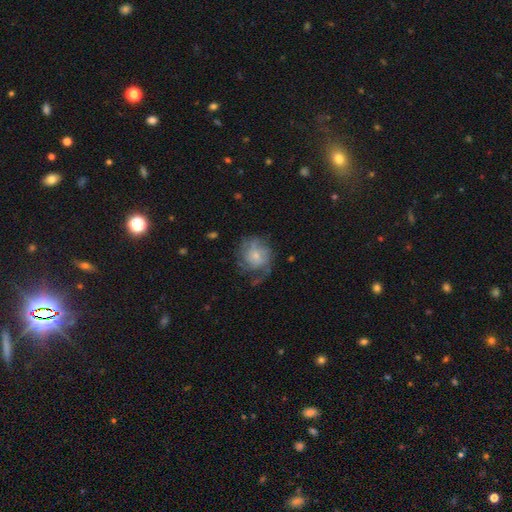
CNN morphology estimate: Smooth or featured? Predicted: featured or disk (p=0.52). Edge-on disk? Predicted: no (p=0.98). Bar? Predicted: no (p=0.74). Spiral arms? Predicted: yes (p=0.71). Bulge size? Predicted: small (p=0.54). Merging? Predicted: none (p=0.46).